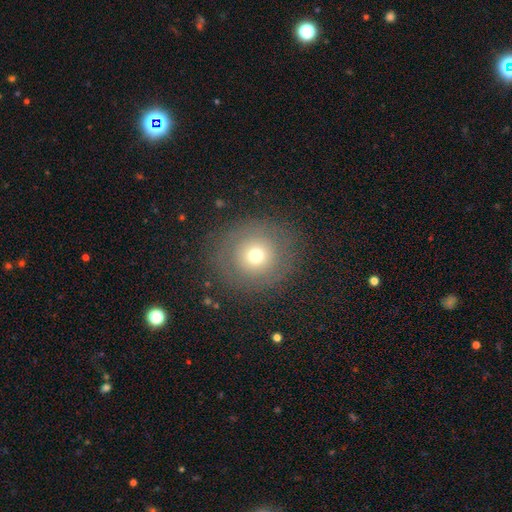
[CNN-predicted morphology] This is likely a smooth galaxy (62%). How rounded: clearly round (88%). Merging: clearly none (84%).